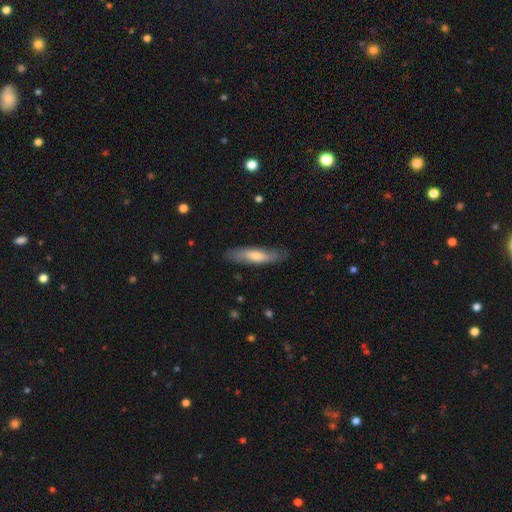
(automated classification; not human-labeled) Smooth or featured: smooth — 50% (featured or disk — 42%)
How rounded: cigar-shaped — 70% (in between — 28%)
Merging: none — 82% (minor disturbance — 14%)